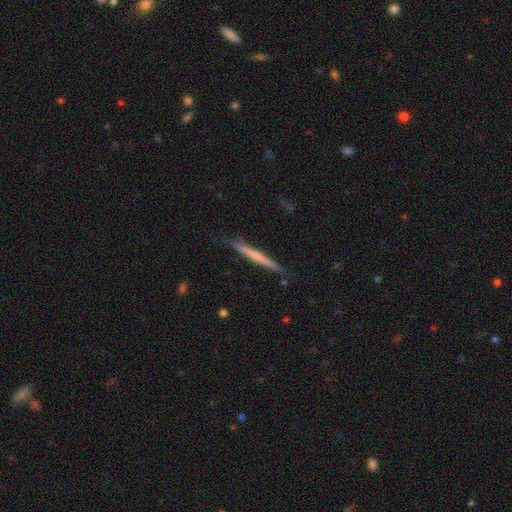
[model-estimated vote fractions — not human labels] A smooth galaxy with no disk features (48%). Merging: none (87%).